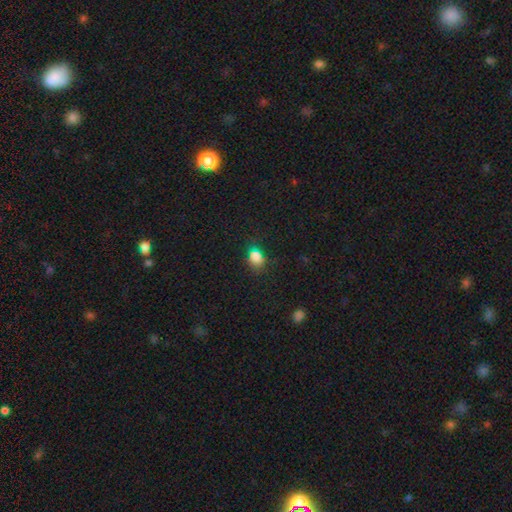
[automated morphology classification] This is likely a smooth galaxy (71%). How rounded: possibly in between (56%). Merging: likely none (76%).